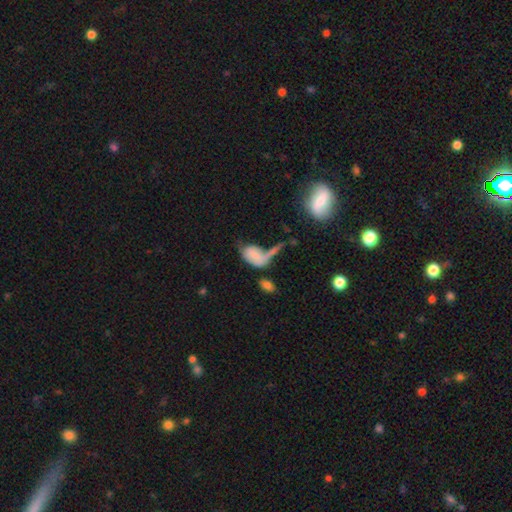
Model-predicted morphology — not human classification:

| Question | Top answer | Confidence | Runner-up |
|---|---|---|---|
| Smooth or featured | smooth | 66% | featured or disk (25%) |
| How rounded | in between | 87% | round (10%) |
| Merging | merger | 33% | tied: major disturbance (33%) |